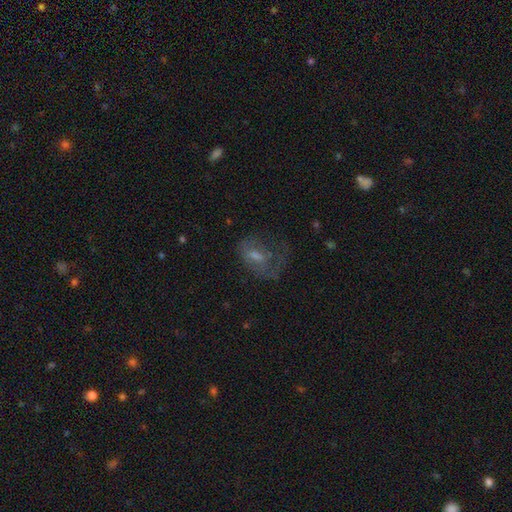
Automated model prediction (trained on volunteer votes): smooth_or_featured: featured or disk (p=0.51) [alt: smooth p=0.33]
disk_edge_on: no (p=0.95) [alt: yes p=0.05]
merging: major disturbance (p=0.39) [tied with: none p=0.39]